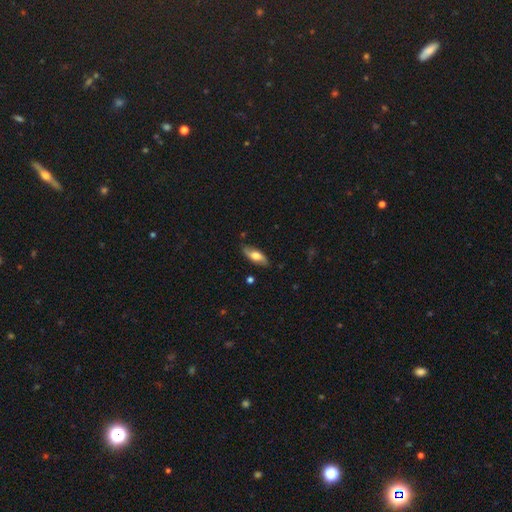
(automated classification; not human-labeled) Smooth or featured: smooth — 49% (featured or disk — 45%)
Merging: none — 79% (minor disturbance — 17%)